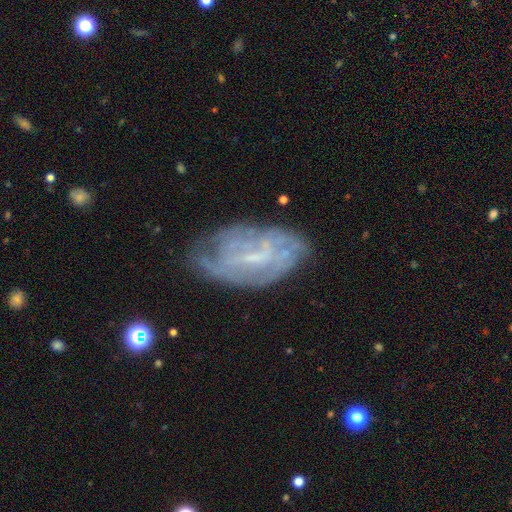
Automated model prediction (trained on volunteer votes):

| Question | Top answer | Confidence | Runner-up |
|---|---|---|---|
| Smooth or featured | featured or disk | 71% | smooth (20%) |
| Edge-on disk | no | 94% | yes (6%) |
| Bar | weak | 50% | no (32%) |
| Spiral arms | yes | 71% | no (29%) |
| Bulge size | small | 54% | none (28%) |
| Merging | none | 60% | minor disturbance (26%) |